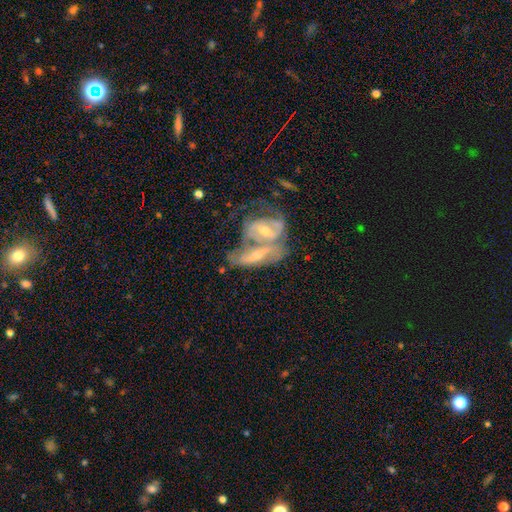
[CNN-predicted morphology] featured or disk 75%, smooth 19%, star or artifact 6%. Down the decision tree: edge-on disk — no (91%); bar — weak (39%); spiral arms — yes (80%); spiral arm count — 2 (64%); spiral winding — medium (43%); bulge size — small (48%); merging — merger (75%).